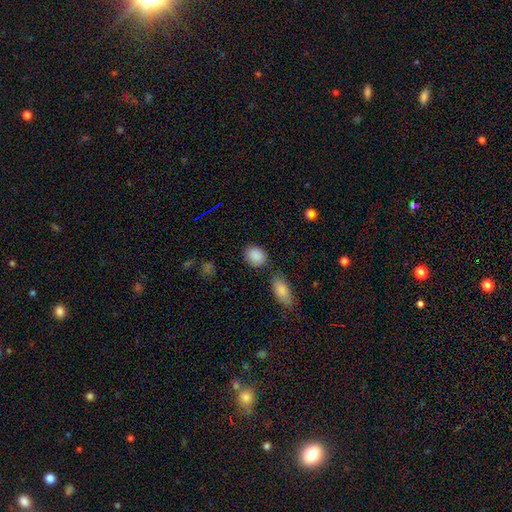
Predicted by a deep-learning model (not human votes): Smooth or featured? Predicted: smooth (p=0.89). How rounded? Predicted: round (p=0.53). Merging? Predicted: none (p=0.78).